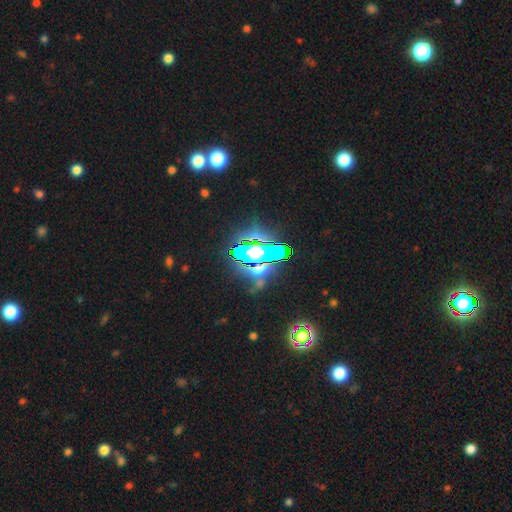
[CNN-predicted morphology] Smooth or featured?
  - star or artifact: 81% *
  - featured or disk: 10%
  - smooth: 9%